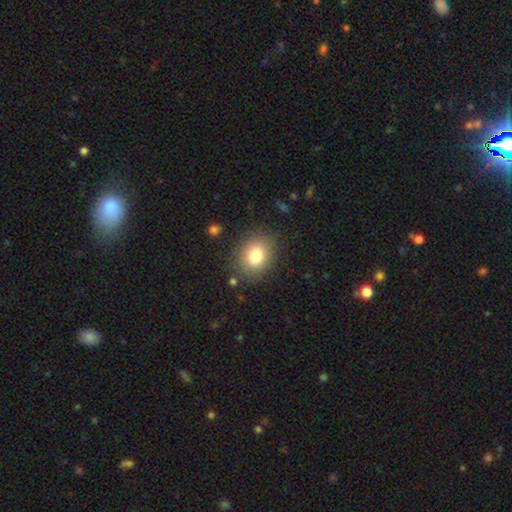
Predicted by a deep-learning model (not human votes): Overall: smooth (82%). How rounded: round (50%, tied with in between). Merging: none (83%).